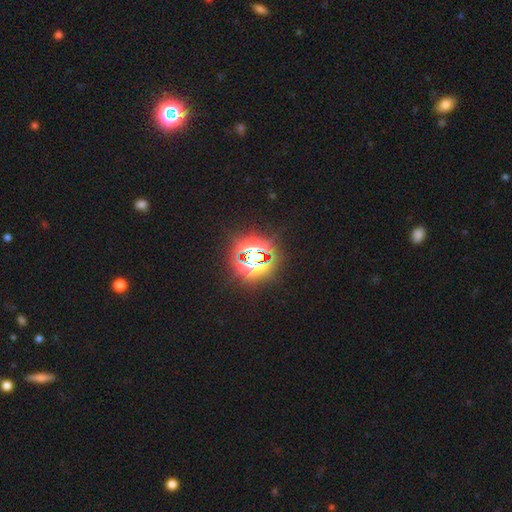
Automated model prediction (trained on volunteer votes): star or artifact 77%, smooth 14%, featured or disk 9%.